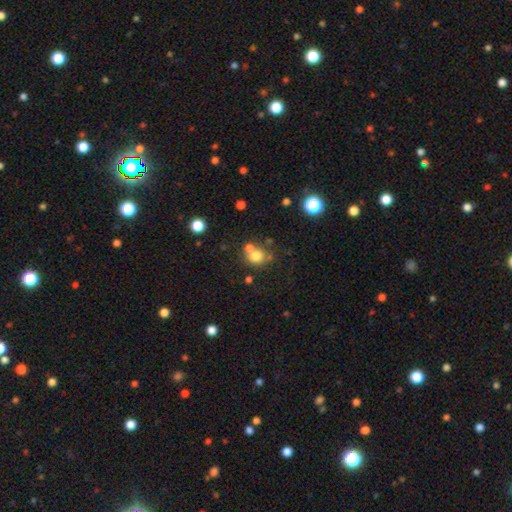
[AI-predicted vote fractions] Smooth or featured? Predicted: smooth (p=0.75). How rounded? Predicted: round (p=0.78). Merging? Predicted: none (p=0.54).